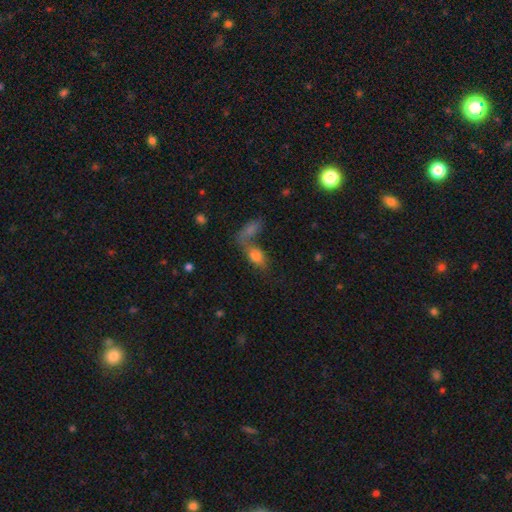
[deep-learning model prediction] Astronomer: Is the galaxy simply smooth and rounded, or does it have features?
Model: smooth — 75%.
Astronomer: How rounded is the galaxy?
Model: in between — 81%.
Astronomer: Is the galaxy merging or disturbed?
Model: merger — 49% (runner-up: none, 32%).